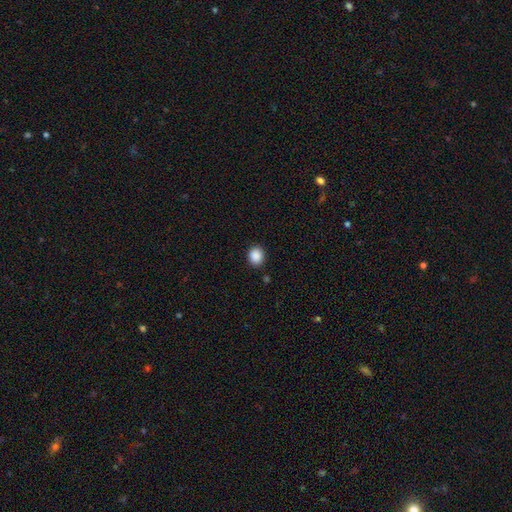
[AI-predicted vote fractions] This appears to be a smooth galaxy with no disk features (88%) that is round (71%). Merging: none (89%).